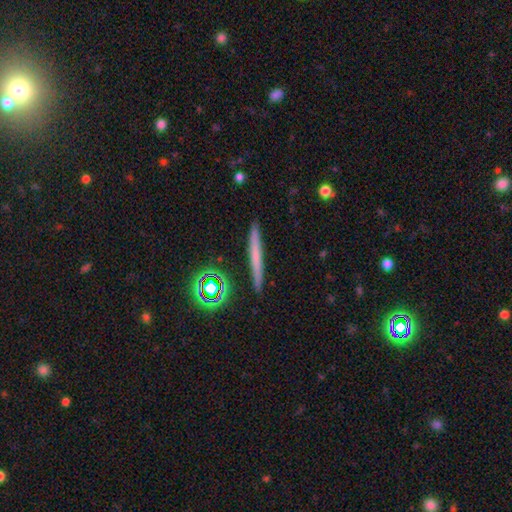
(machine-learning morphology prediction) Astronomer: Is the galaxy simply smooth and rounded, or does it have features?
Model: smooth — 51% (runner-up: featured or disk, 37%).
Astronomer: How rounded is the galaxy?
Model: cigar-shaped — 92%.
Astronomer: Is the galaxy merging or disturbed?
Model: none — 90%.